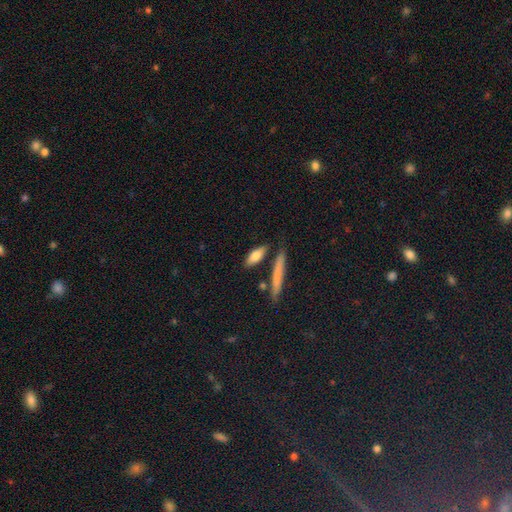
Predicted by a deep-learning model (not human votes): This is likely a smooth galaxy (77%). How rounded: possibly in between (52%). Merging: likely none (74%).